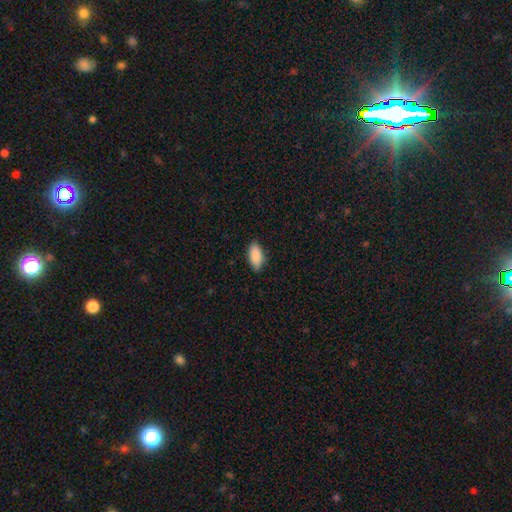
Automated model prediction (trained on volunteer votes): Smooth or featured: smooth — 89% (star or artifact — 6%)
How rounded: in between — 90% (cigar-shaped — 8%)
Merging: none — 84% (minor disturbance — 13%)